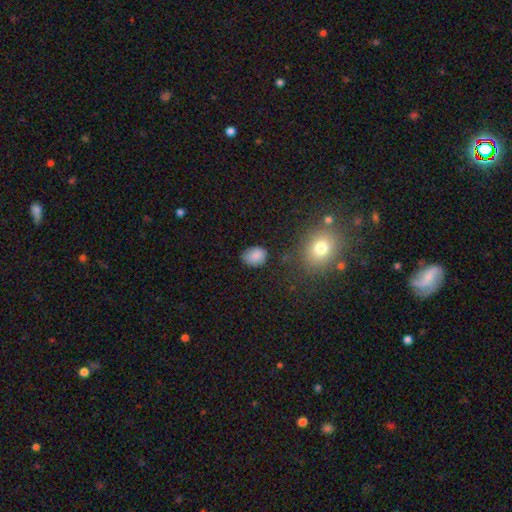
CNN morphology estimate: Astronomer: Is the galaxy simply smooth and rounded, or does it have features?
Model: smooth — 85%.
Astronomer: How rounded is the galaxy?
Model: in between — 61% (runner-up: round, 38%).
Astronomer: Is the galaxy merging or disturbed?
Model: none — 74%.